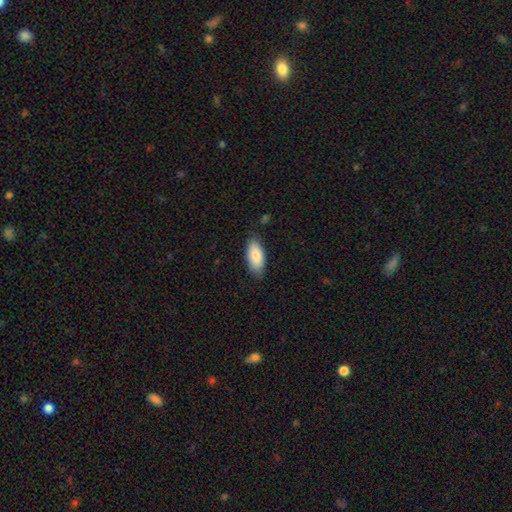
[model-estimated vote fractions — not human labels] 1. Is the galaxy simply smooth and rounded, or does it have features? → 85% smooth, 9% featured or disk, 6% star or artifact.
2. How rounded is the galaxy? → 90% in between, 8% cigar-shaped, 2% round.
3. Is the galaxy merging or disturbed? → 80% none, 16% minor disturbance, 3% major disturbance, 1% merger.